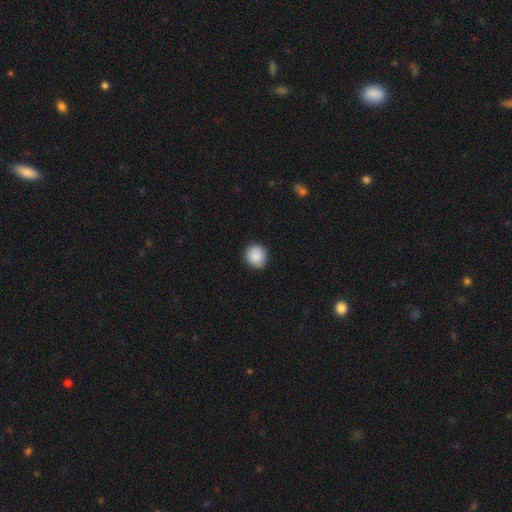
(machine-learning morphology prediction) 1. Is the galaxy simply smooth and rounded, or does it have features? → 88% smooth, 8% star or artifact, 4% featured or disk.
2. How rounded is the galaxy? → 91% round, 8% in between, 1% cigar-shaped.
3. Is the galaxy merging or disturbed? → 88% none, 9% minor disturbance, 2% major disturbance, 1% merger.